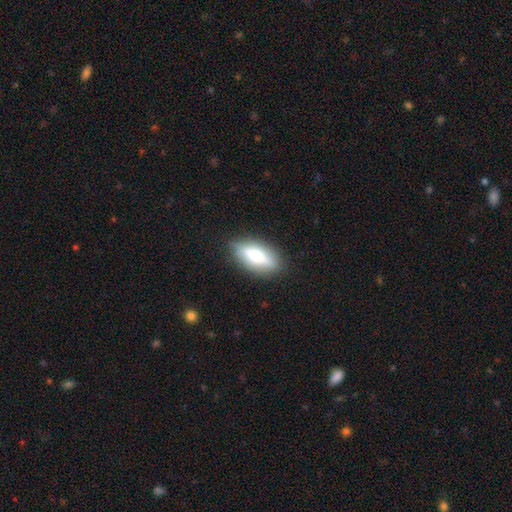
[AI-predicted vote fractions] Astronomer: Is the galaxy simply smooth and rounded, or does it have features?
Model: smooth — 55% (runner-up: featured or disk, 38%).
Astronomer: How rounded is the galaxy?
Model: in between — 76%.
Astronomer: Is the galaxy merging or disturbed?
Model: none — 84%.